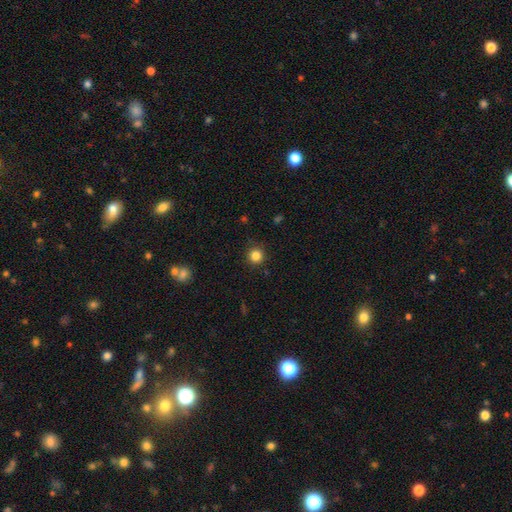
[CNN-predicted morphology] smooth_or_featured: smooth (p=0.84) [alt: star or artifact p=0.12]
how_rounded: round (p=0.95) [alt: in between p=0.05]
merging: none (p=0.90) [alt: minor disturbance p=0.07]